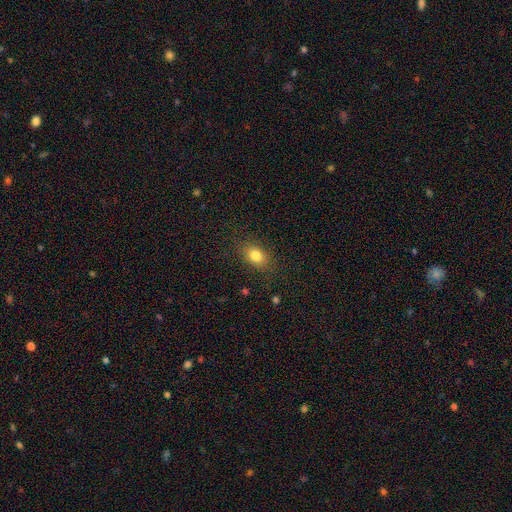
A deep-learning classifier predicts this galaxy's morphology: A smooth galaxy with no disk features (82%) that is in between round and cigar-shaped (75%).

Vote fractions:
- Smooth or featured? smooth: 82% / star or artifact: 10% / featured or disk: 8%
- How rounded? in between: 75% / round: 23% / cigar-shaped: 2%
- Merging? none: 83% / minor disturbance: 12% / major disturbance: 4% / merger: 1%